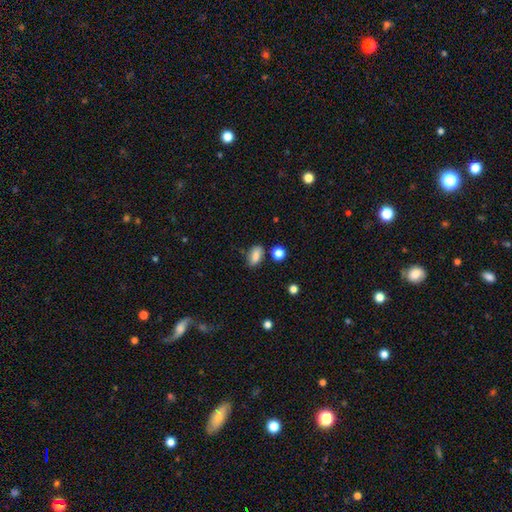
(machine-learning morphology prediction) Smooth or featured? smooth (82%)
How rounded? in between (87%)
Merging? none (68%)